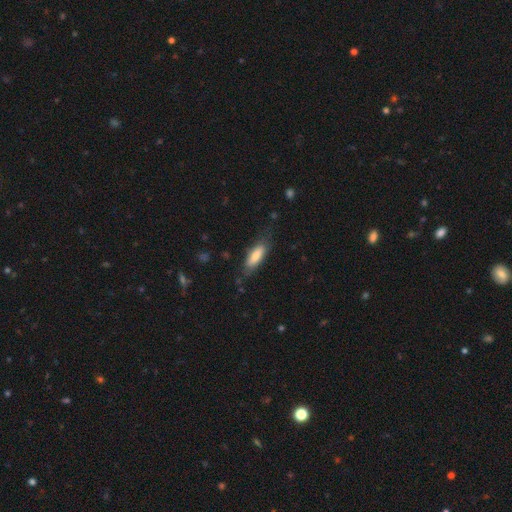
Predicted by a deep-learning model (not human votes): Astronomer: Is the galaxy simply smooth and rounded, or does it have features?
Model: smooth — 78%.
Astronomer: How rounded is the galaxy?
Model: in between — 57% (runner-up: cigar-shaped, 41%).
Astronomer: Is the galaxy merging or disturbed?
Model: none — 74%.